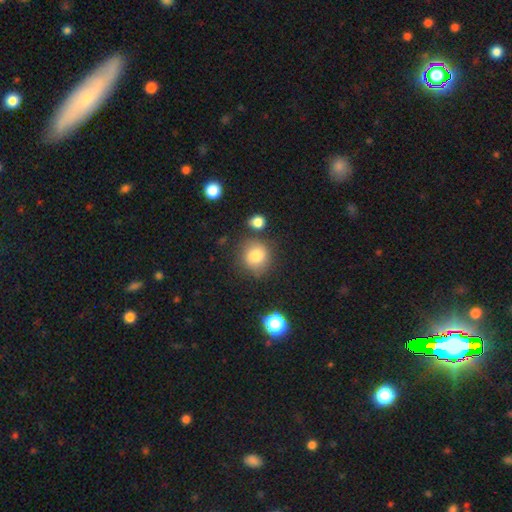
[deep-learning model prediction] This is clearly a smooth galaxy (80%). How rounded: clearly round (85%). Merging: likely none (77%).